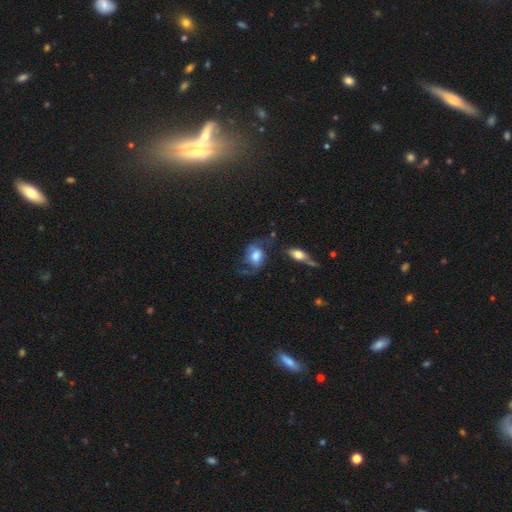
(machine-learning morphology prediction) Smooth or featured: featured or disk — 50% (smooth — 42%)
Merging: none — 42% (major disturbance — 27%)